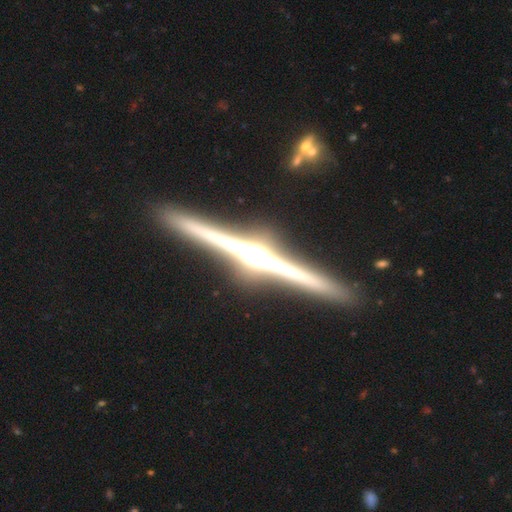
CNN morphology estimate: smooth-or-featured: featured or disk: 88% | smooth: 6% | star or artifact: 6%
  disk-edge-on: yes: 98% | no: 2%
    edge-on-bulge: rounded: 68% | boxy: 23% | none: 9%
  merging: none: 90% | minor disturbance: 6% | merger: 2% | major disturbance: 2%